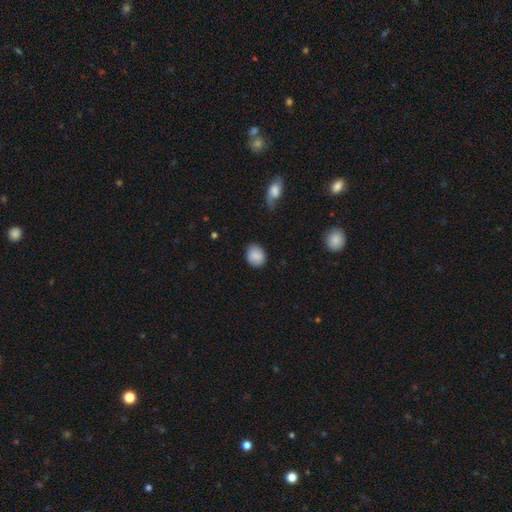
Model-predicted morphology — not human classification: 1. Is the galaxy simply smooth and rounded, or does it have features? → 84% smooth, 8% star or artifact, 8% featured or disk.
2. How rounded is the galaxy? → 60% round, 39% in between, 1% cigar-shaped.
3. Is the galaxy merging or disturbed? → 81% none, 14% minor disturbance, 3% major disturbance, 2% merger.